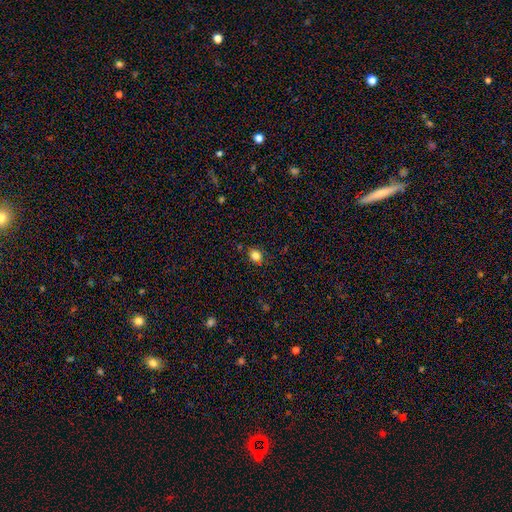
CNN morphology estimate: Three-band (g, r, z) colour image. It shows a smooth galaxy with no disk features (80%) that is round (65%). Merging: none (84%).